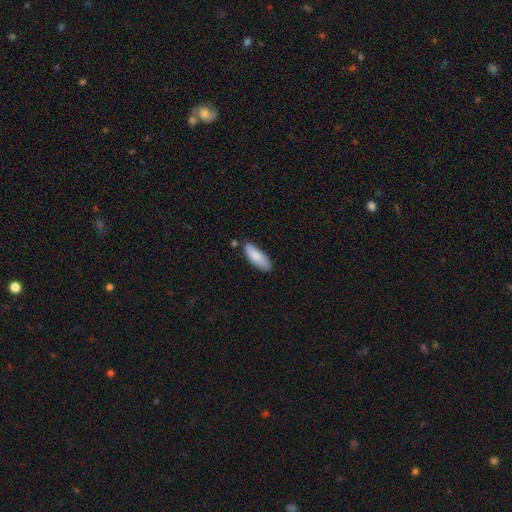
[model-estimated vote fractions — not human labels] smooth_or_featured: smooth (p=0.85) [alt: featured or disk p=0.09]
how_rounded: in between (p=0.66) [alt: cigar-shaped p=0.33]
merging: none (p=0.74) [alt: minor disturbance p=0.19]